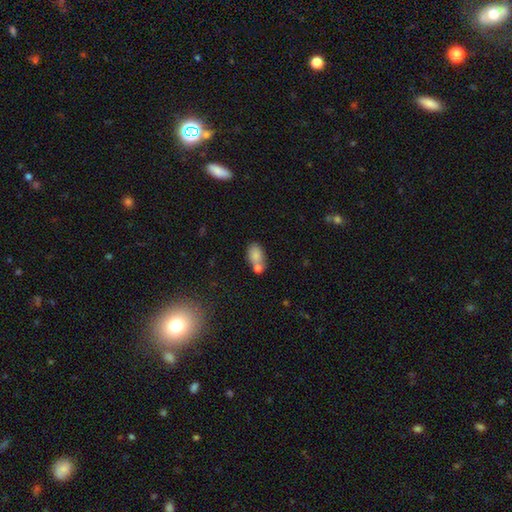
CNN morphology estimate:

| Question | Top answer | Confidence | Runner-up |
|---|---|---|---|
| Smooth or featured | smooth | 79% | featured or disk (12%) |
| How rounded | in between | 87% | round (11%) |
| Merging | none | 43% | merger (38%) |